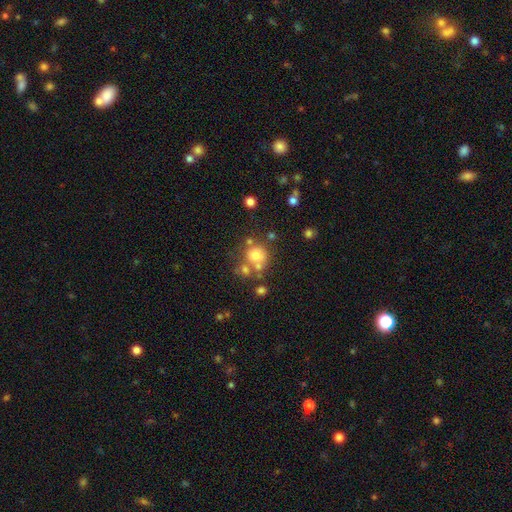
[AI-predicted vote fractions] This is likely a smooth galaxy (69%). How rounded: clearly round (85%). Merging: possibly none (54%).